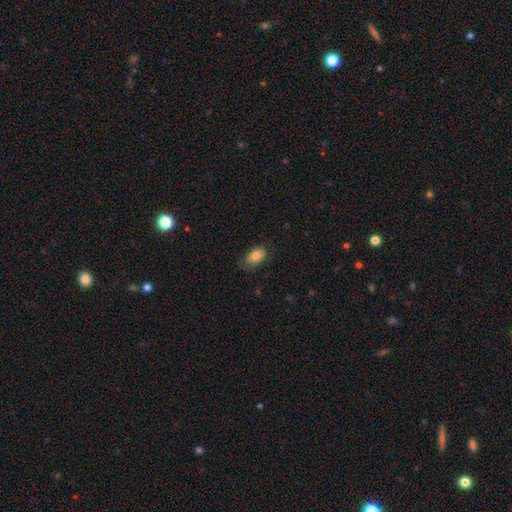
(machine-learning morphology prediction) smooth 83%, featured or disk 10%, star or artifact 7%. Down the decision tree: how rounded — in between (91%); merging — none (71%).